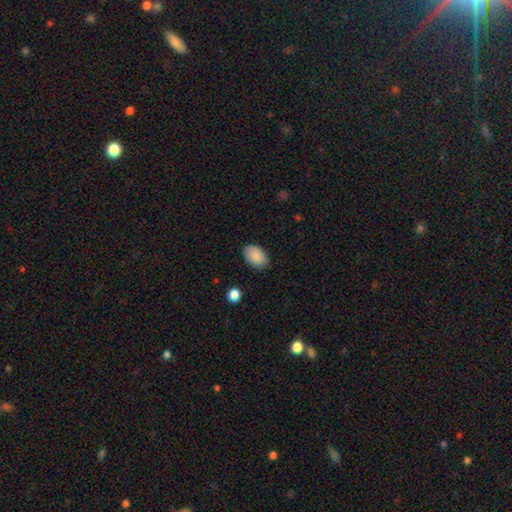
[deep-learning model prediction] A smooth galaxy with no disk features (89%) that is in between round and cigar-shaped (88%). Merging: none (85%).